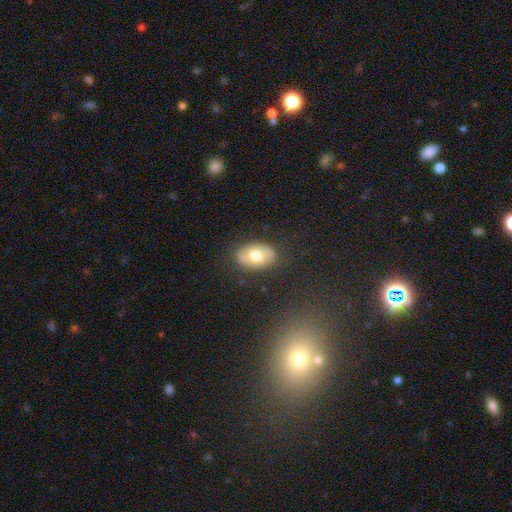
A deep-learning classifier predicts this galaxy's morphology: A smooth galaxy with no disk features (69%) that is in between round and cigar-shaped (88%).

Vote fractions:
- Smooth or featured? smooth: 69% / featured or disk: 23% / star or artifact: 8%
- How rounded? in between: 88% / round: 10% / cigar-shaped: 1%
- Merging? none: 82% / minor disturbance: 12% / major disturbance: 4% / merger: 2%